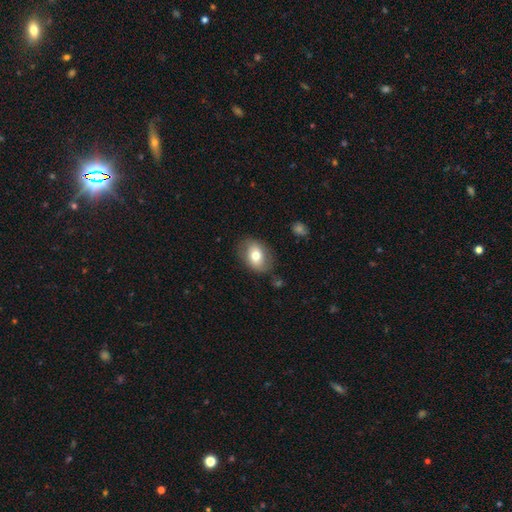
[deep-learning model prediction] smooth-or-featured: smooth: 70% | featured or disk: 22% | star or artifact: 8%
  how-rounded: in between: 73% | round: 26% | cigar-shaped: 1%
  merging: none: 77% | minor disturbance: 16% | major disturbance: 5% | merger: 2%